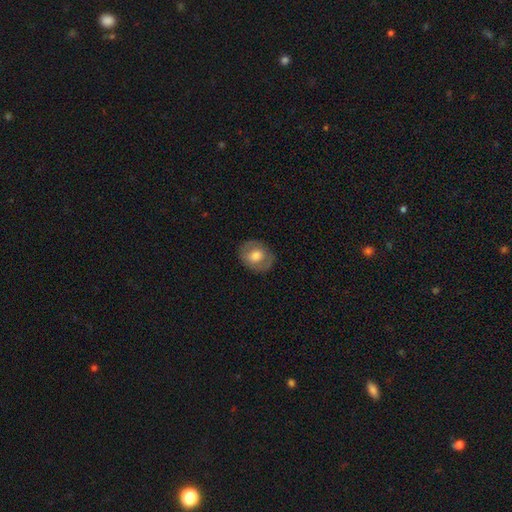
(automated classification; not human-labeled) A smooth galaxy with no disk features (60%) that is round (57%).

Vote fractions:
- Smooth or featured? smooth: 60% / featured or disk: 33% / star or artifact: 7%
- How rounded? round: 57% / in between: 42% / cigar-shaped: 1%
- Merging? none: 82% / minor disturbance: 13% / major disturbance: 5% / merger: 1%